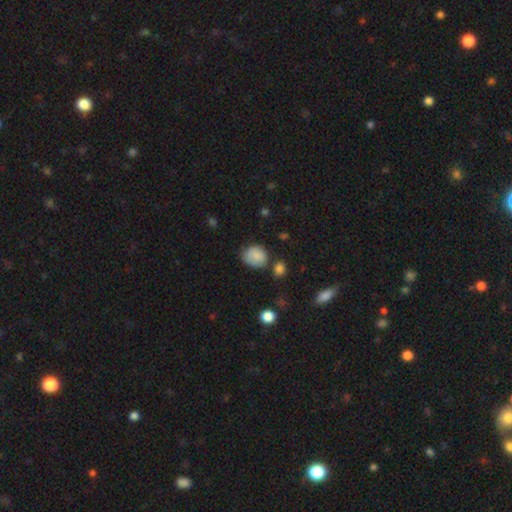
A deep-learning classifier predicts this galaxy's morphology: The model was most divided on "how rounded": round: 63%, in between: 36%, cigar-shaped: 1%. More confident: smooth or featured — smooth (82%); merging — none (60%).